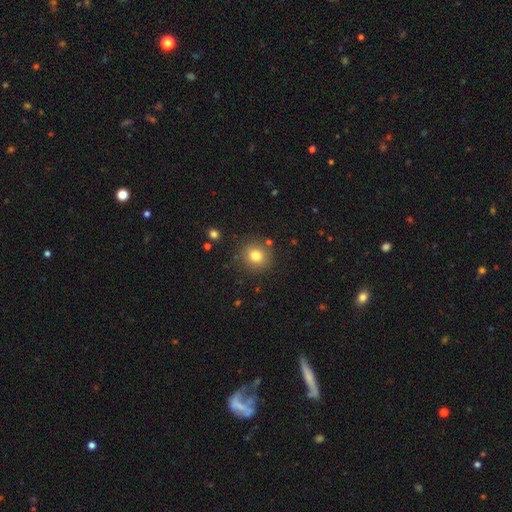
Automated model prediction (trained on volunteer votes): Smooth or featured? smooth (79%)
How rounded? round (90%)
Merging? none (86%)